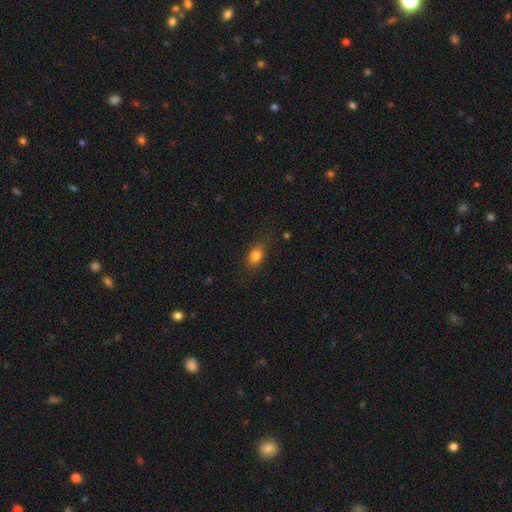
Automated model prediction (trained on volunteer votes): This is likely a smooth galaxy (79%). How rounded: likely in between (70%). Merging: likely none (79%).